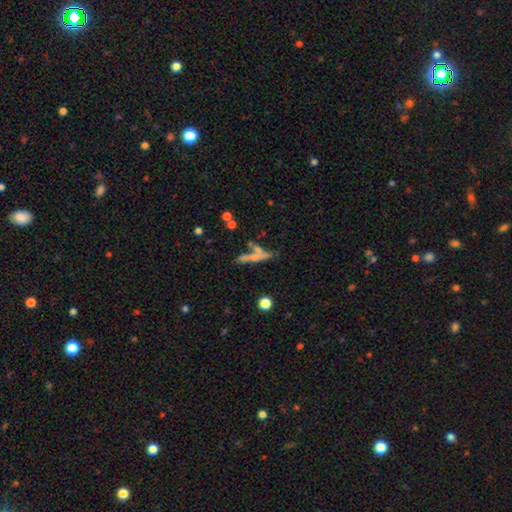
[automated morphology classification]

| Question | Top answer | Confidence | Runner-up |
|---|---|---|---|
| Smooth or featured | smooth | 56% | featured or disk (34%) |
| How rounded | cigar-shaped | 82% | in between (14%) |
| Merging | none | 50% | merger (26%) |